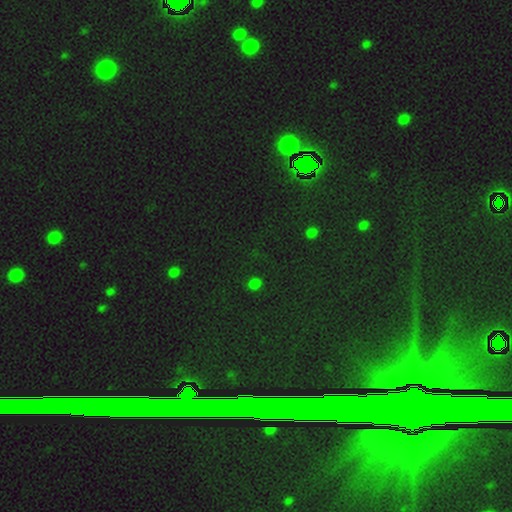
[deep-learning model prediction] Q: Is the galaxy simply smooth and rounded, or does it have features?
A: star or artifact — 81%.